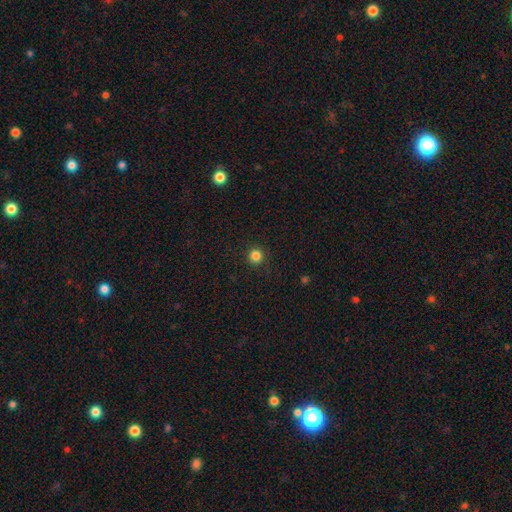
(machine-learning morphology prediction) A smooth galaxy with no disk features (83%) that is round (96%). Merging: none (91%).